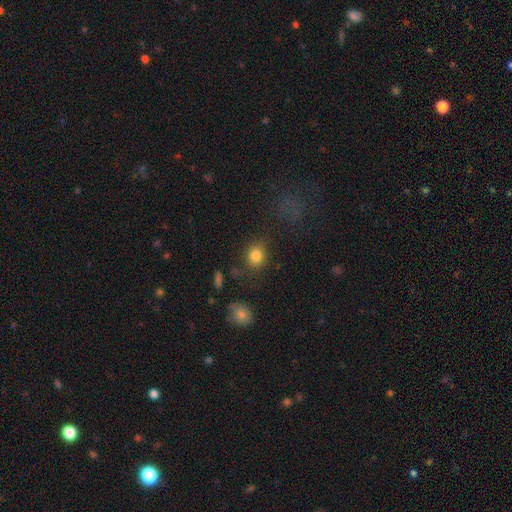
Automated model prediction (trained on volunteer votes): The model was most divided on "how rounded": round: 70%, in between: 29%, cigar-shaped: 1%. More confident: smooth or featured — smooth (84%); merging — none (76%).